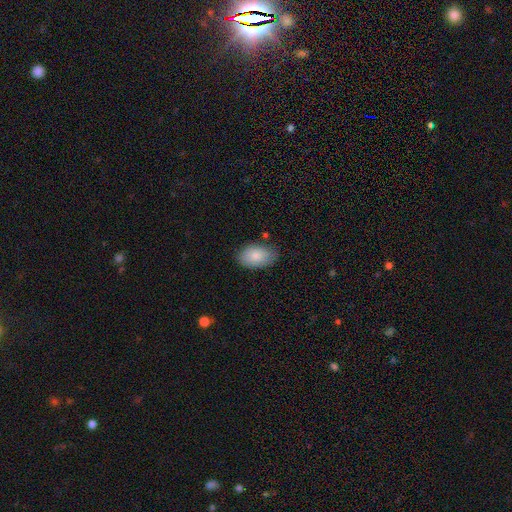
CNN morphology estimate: Smooth or featured? Predicted: smooth (p=0.85). How rounded? Predicted: in between (p=0.92). Merging? Predicted: none (p=0.80).